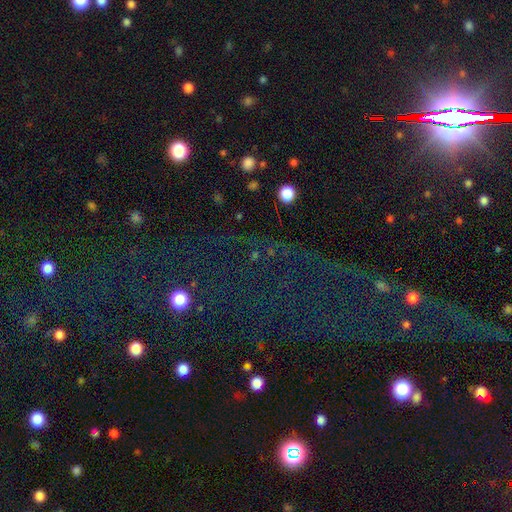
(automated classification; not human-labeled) Smooth or featured: star or artifact — 77% (smooth — 13%)